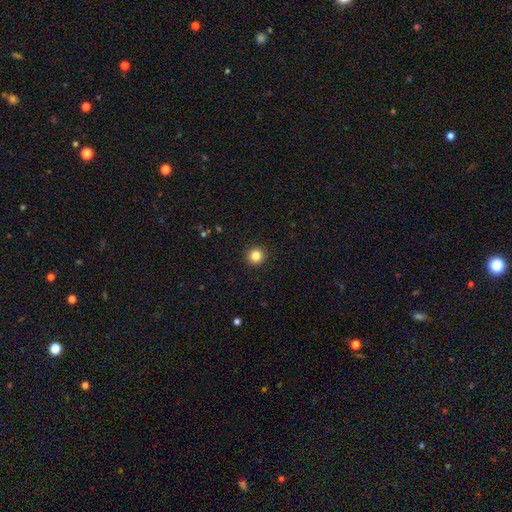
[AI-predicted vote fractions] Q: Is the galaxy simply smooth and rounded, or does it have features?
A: smooth — 84%.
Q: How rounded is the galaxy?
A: round — 95%.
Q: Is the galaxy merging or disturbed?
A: none — 93%.